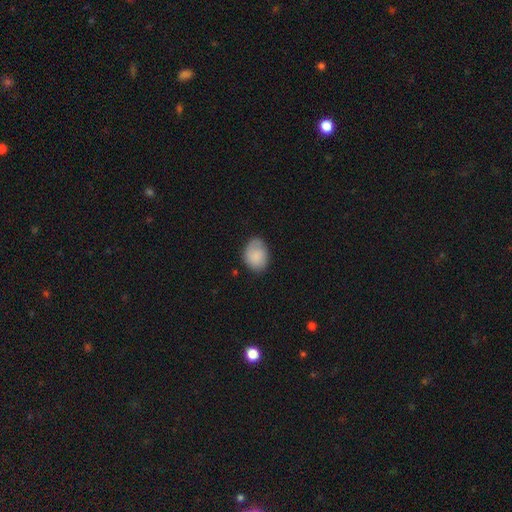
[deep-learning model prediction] Overall: smooth (80%). How rounded: in between (64%; round 35%). Merging: none (66%).